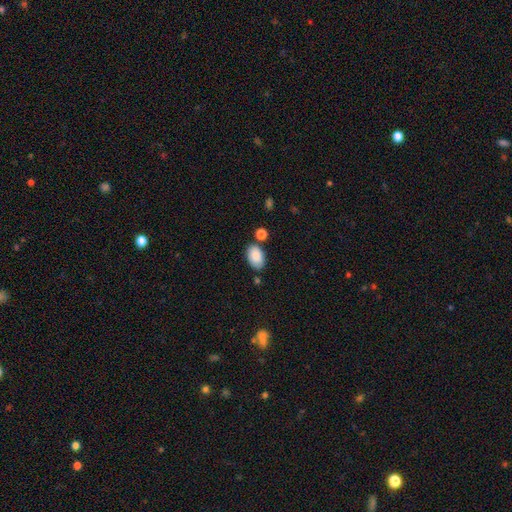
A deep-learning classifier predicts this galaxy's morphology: This appears to be a smooth galaxy with no disk features (87%) that is in between round and cigar-shaped (92%). Merging: none (74%).